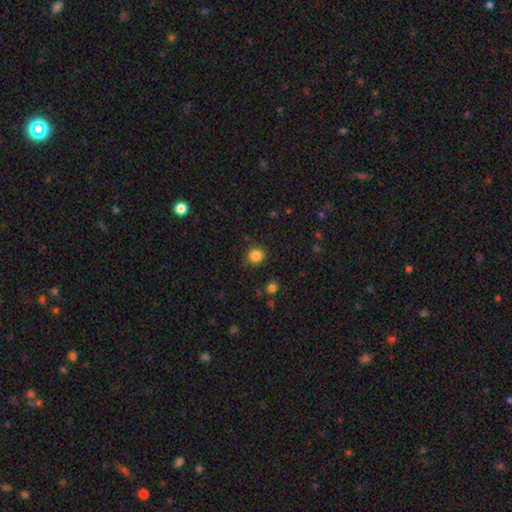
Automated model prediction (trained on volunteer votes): Overall: smooth (85%). How rounded: round (92%). Merging: none (89%).